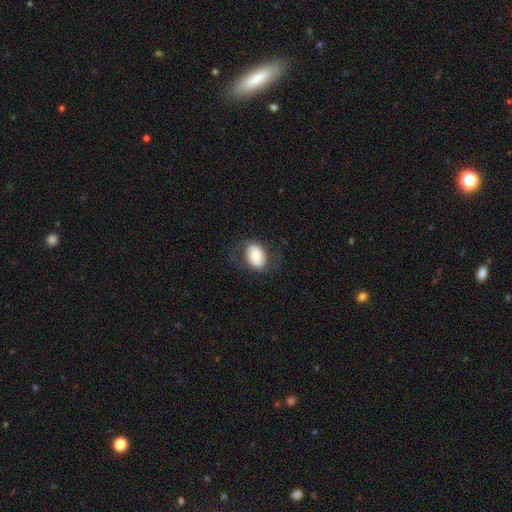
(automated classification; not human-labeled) Smooth or featured? smooth (63%)
How rounded? in between (77%)
Merging? none (68%)